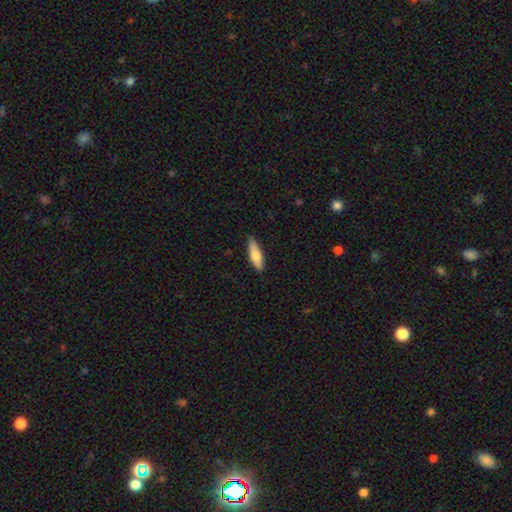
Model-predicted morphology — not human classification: Smooth or featured: smooth — 67% (featured or disk — 27%)
How rounded: cigar-shaped — 51% (in between — 47%)
Merging: none — 84% (minor disturbance — 13%)